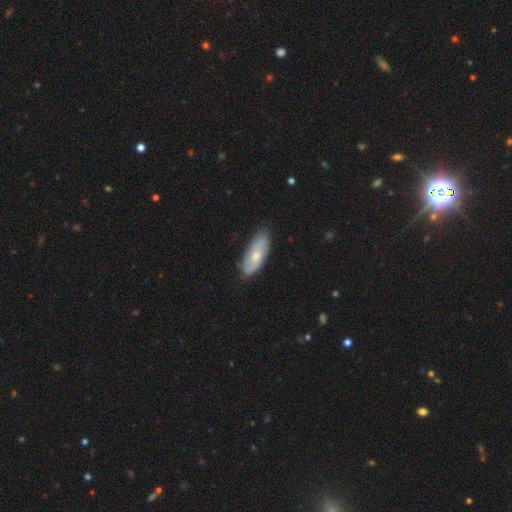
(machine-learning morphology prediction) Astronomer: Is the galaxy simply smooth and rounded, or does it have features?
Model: smooth — 48% (runner-up: featured or disk, 47%).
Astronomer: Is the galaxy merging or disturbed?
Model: none — 81%.